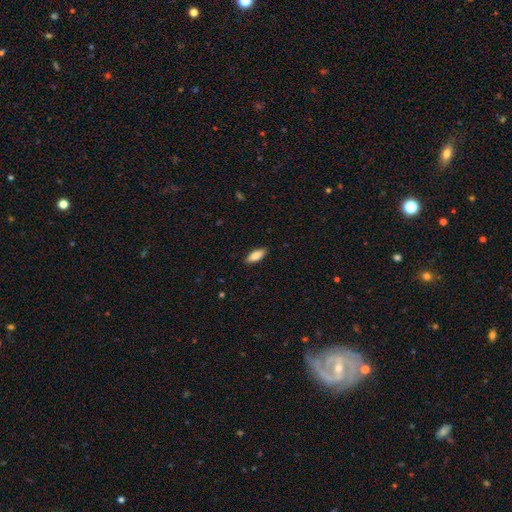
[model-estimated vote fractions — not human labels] Overall: smooth (80%). How rounded: in between (77%). Merging: none (88%).